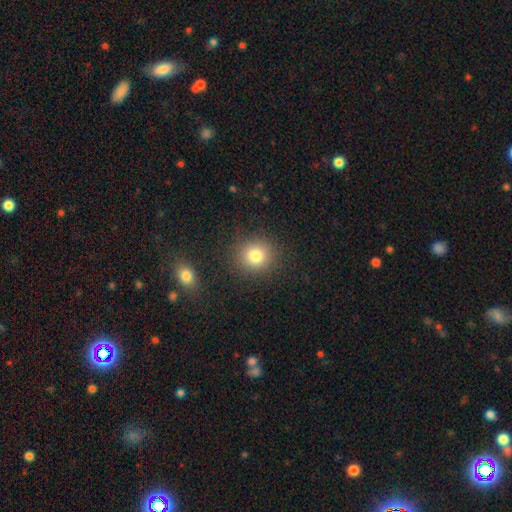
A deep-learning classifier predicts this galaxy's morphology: Smooth or featured?
  - smooth: 80% *
  - star or artifact: 12%
  - featured or disk: 7%
How rounded?
  - round: 88% *
  - in between: 11%
  - cigar-shaped: 1%
Merging?
  - none: 87% *
  - minor disturbance: 7%
  - major disturbance: 3%
  - merger: 2%